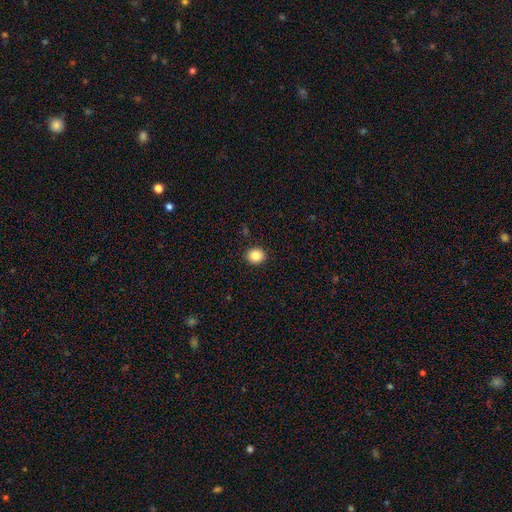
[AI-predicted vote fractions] A smooth galaxy with no disk features (86%) that is round (76%).

Vote fractions:
- Smooth or featured? smooth: 86% / star or artifact: 10% / featured or disk: 5%
- How rounded? round: 76% / in between: 23% / cigar-shaped: 1%
- Merging? none: 92% / minor disturbance: 6% / major disturbance: 2% / merger: 1%